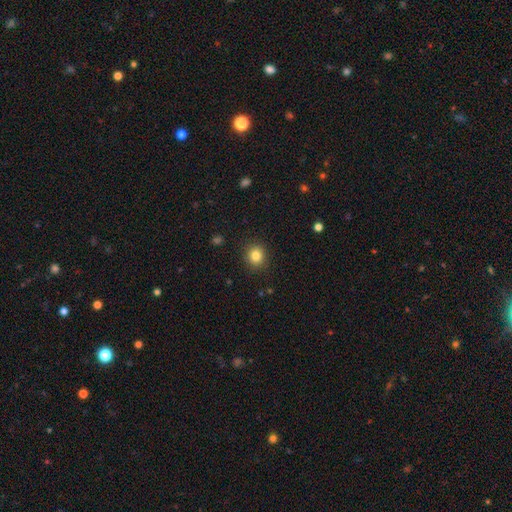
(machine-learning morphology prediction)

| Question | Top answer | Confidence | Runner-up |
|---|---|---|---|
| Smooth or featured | smooth | 84% | star or artifact (11%) |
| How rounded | round | 82% | in between (17%) |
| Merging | none | 89% | minor disturbance (7%) |